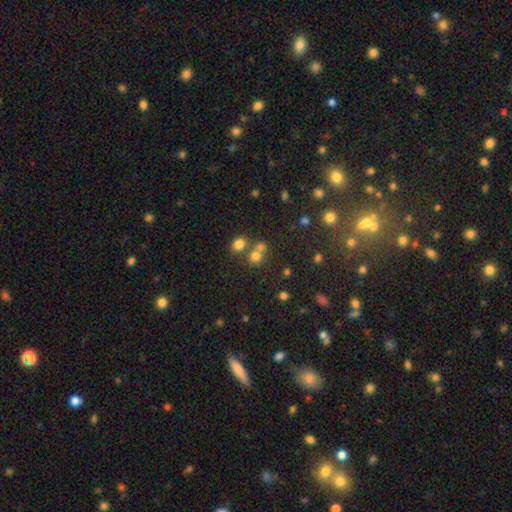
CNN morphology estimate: smooth_or_featured: smooth (p=0.71) [alt: star or artifact p=0.20]
how_rounded: round (p=0.81) [alt: in between p=0.18]
merging: none (p=0.52) [alt: merger p=0.37]